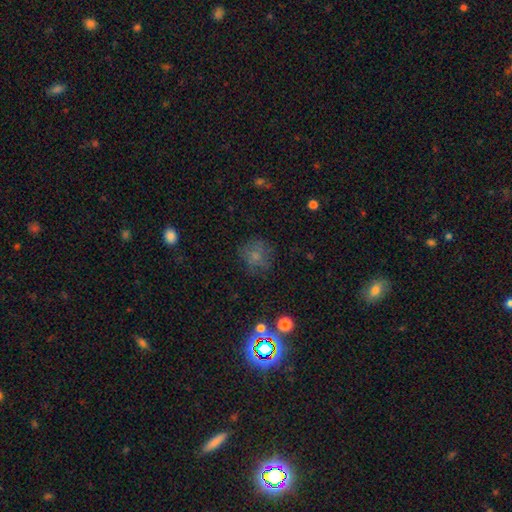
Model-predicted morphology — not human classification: This appears to be a smooth galaxy with no disk features (67%) that is round (84%). Merging: none (66%).